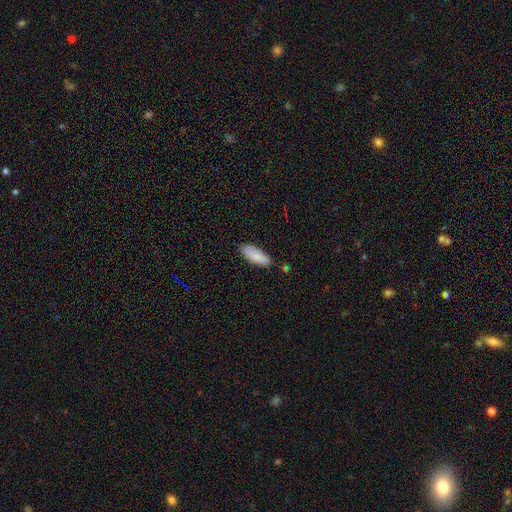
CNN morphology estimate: smooth 86%, featured or disk 7%, star or artifact 6%. Down the decision tree: how rounded — in between (71%); merging — none (78%).